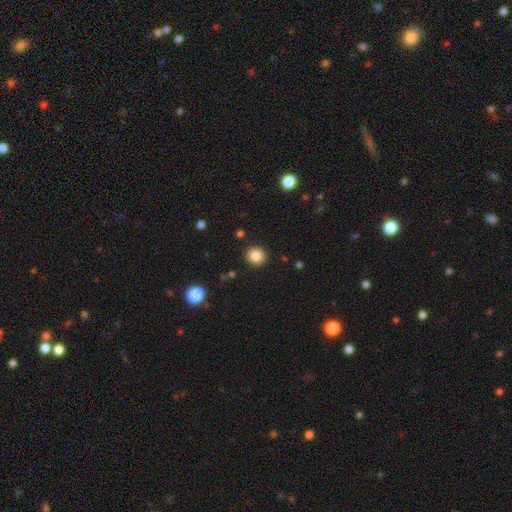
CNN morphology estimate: Overall: smooth (85%). How rounded: round (89%). Merging: none (91%).